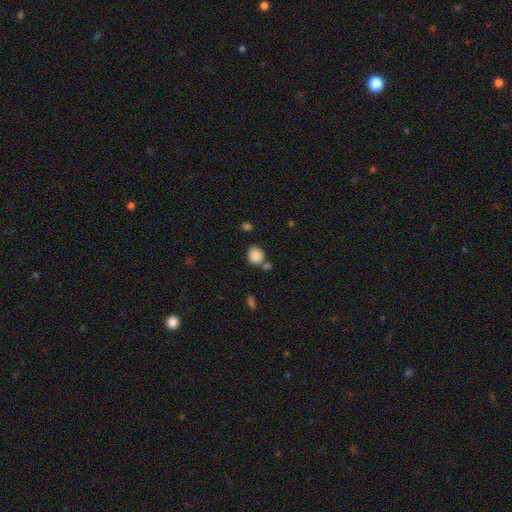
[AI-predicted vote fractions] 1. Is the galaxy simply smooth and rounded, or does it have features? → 87% smooth, 9% star or artifact, 4% featured or disk.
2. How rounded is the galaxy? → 77% round, 22% in between, 1% cigar-shaped.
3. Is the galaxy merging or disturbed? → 65% none, 18% merger, 13% minor disturbance, 4% major disturbance.